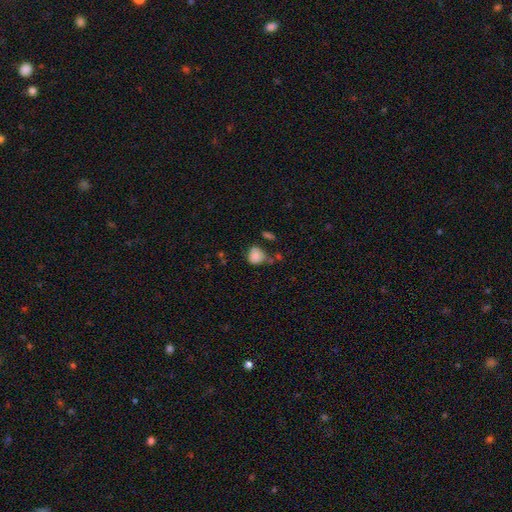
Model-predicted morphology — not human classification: smooth 81%, star or artifact 9%, featured or disk 9%. Down the decision tree: how rounded — round (69%); merging — none (54%).